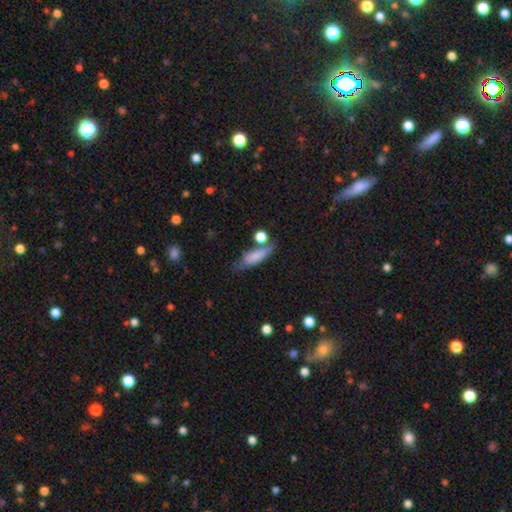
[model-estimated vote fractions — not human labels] smooth_or_featured: smooth (p=0.74) [alt: featured or disk p=0.18]
how_rounded: cigar-shaped (p=0.48) [tied with: in between p=0.48]
merging: none (p=0.52) [alt: minor disturbance p=0.24]